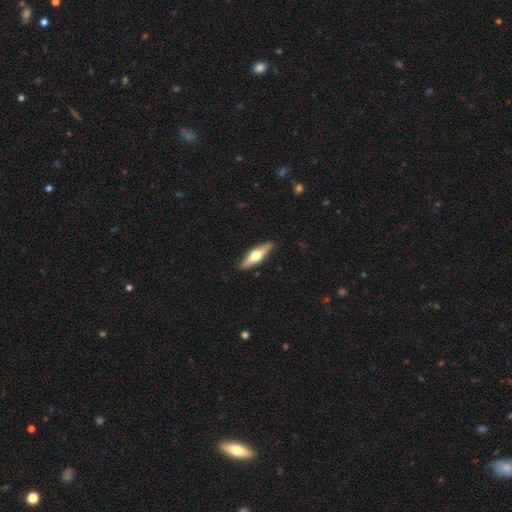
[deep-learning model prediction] Smooth or featured?
  - featured or disk: 60% *
  - smooth: 35%
  - star or artifact: 5%
Edge-on disk?
  - yes: 95% *
  - no: 5%
Edge-on bulge?
  - rounded: 95% *
  - boxy: 3%
  - none: 2%
Merging?
  - none: 90% *
  - minor disturbance: 7%
  - major disturbance: 2%
  - merger: 1%